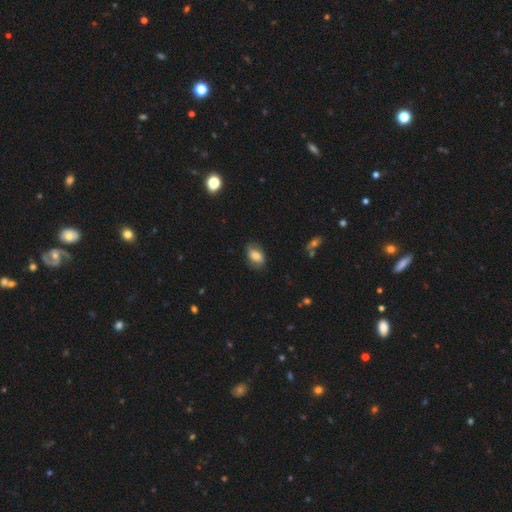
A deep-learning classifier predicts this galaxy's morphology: The model was most divided on "smooth or featured": smooth: 75%, featured or disk: 17%, star or artifact: 8%. More confident: how rounded — in between (89%); merging — none (78%).